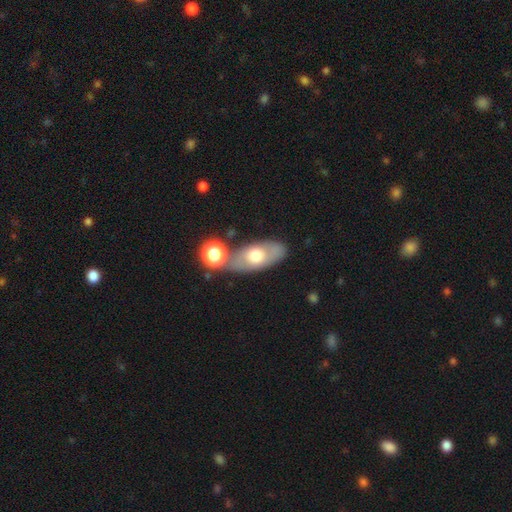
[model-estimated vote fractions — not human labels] smooth-or-featured: smooth: 57% | featured or disk: 35% | star or artifact: 8%
  how-rounded: in between: 85% | cigar-shaped: 8% | round: 7%
  merging: none: 65% | merger: 15% | minor disturbance: 15% | major disturbance: 5%